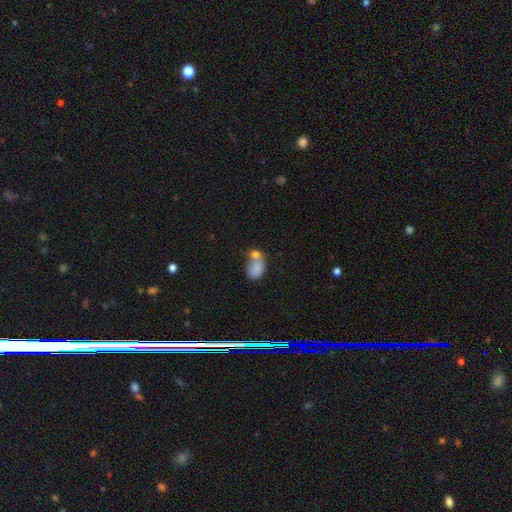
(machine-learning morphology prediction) Q: Smooth or featured?
A: smooth (79%); runner-up: featured or disk (13%)
Q: How rounded?
A: in between (72%); runner-up: round (26%)
Q: Merging?
A: merger (59%); runner-up: none (25%)